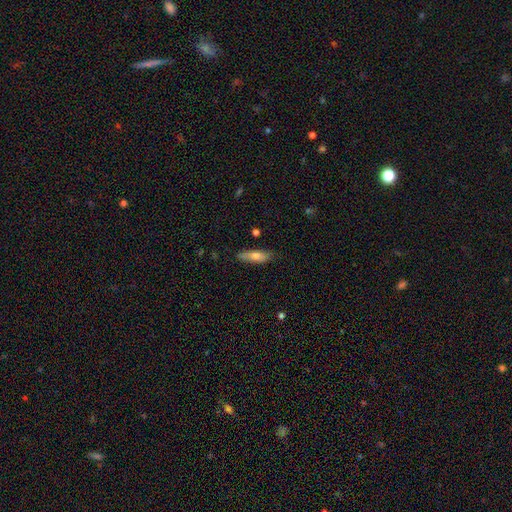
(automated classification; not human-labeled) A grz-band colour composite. It shows a smooth galaxy with no disk features (68%) that is cigar-shaped (54%). Merging: none (78%).